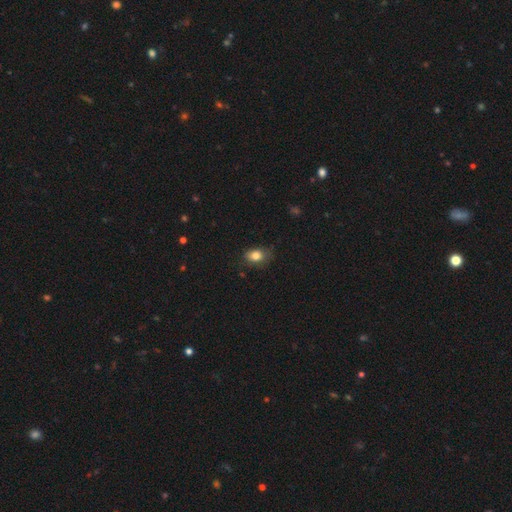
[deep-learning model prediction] This is clearly a smooth galaxy (82%). How rounded: likely in between (72%). Merging: likely none (69%).